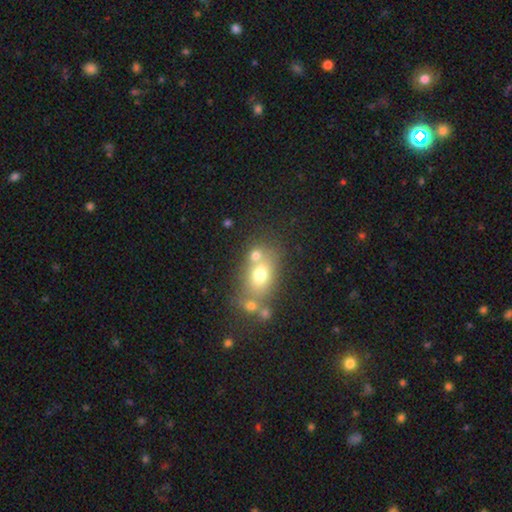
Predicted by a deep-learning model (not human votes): Smooth or featured? smooth (68%)
How rounded? in between (61%)
Merging? none (45%)